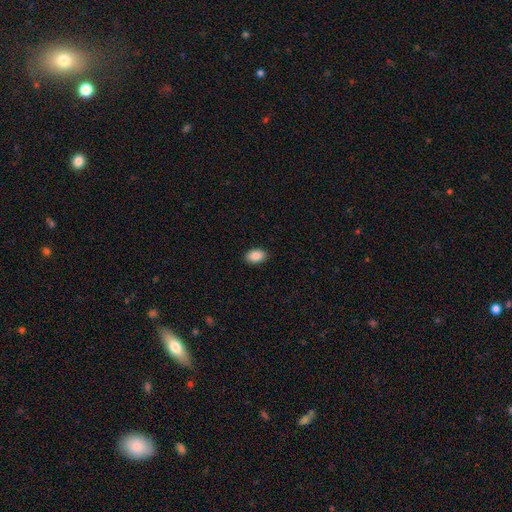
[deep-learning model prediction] Smooth or featured? Predicted: smooth (p=0.89). How rounded? Predicted: in between (p=0.88). Merging? Predicted: none (p=0.90).